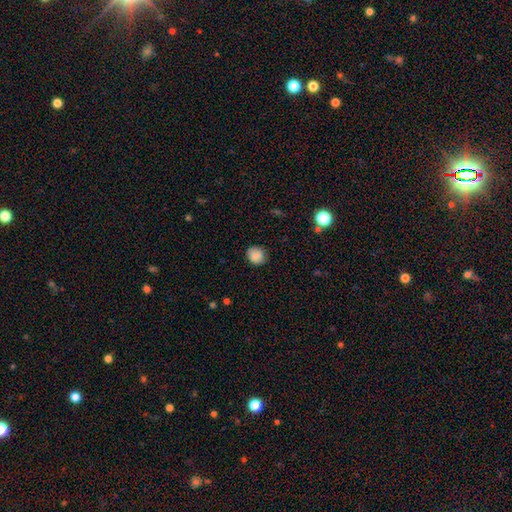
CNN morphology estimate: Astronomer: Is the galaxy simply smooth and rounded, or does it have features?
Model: smooth — 83%.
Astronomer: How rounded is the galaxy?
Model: round — 67%.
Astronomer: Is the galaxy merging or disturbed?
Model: none — 82%.